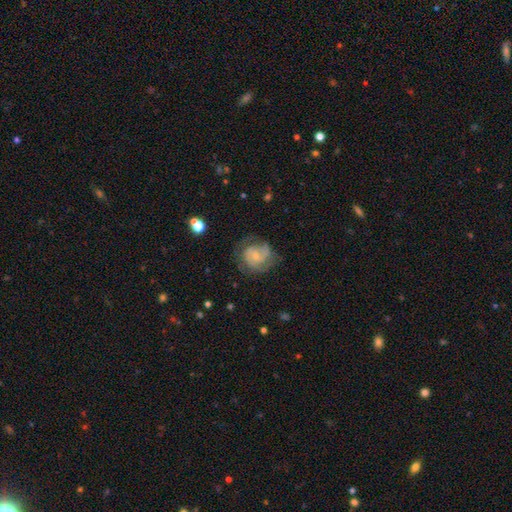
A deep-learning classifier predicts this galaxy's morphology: smooth_or_featured: featured or disk (p=0.69) [alt: smooth p=0.24]
disk_edge_on: no (p=0.98) [alt: yes p=0.02]
bar: no (p=0.60) [alt: weak p=0.34]
has_spiral_arms: yes (p=0.86) [alt: no p=0.14]
spiral_winding: tight (p=0.48) [alt: medium p=0.39]
spiral_arm_count: 2 (p=0.54) [alt: can't tell p=0.26]
bulge_size: small (p=0.59) [alt: moderate p=0.35]
merging: none (p=0.61) [alt: minor disturbance p=0.23]